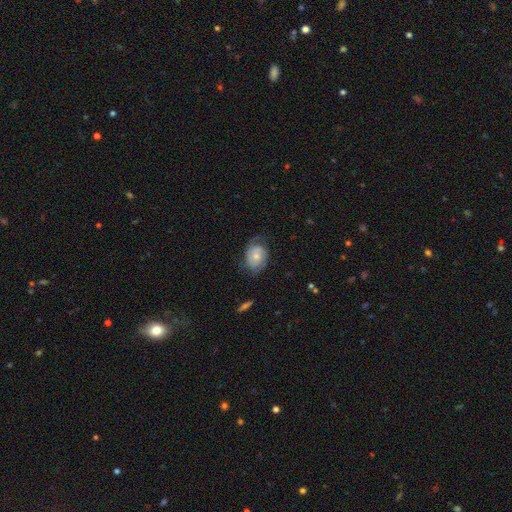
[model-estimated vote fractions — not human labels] Smooth or featured: smooth — 46% (tied with featured or disk — 46%)
Merging: none — 53% (minor disturbance — 28%)